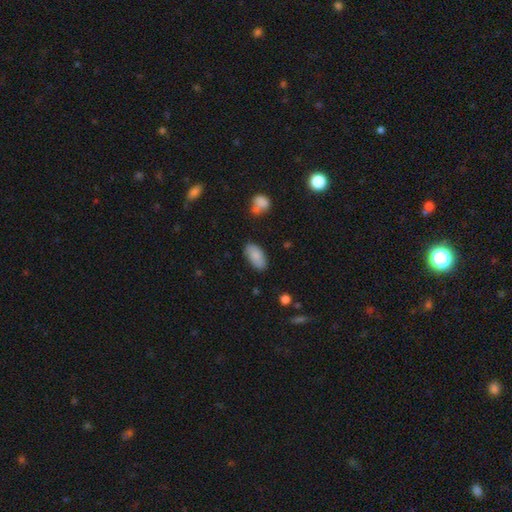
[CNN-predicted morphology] type=smooth (84%); roundness=in between (94%); merging=none (81%).